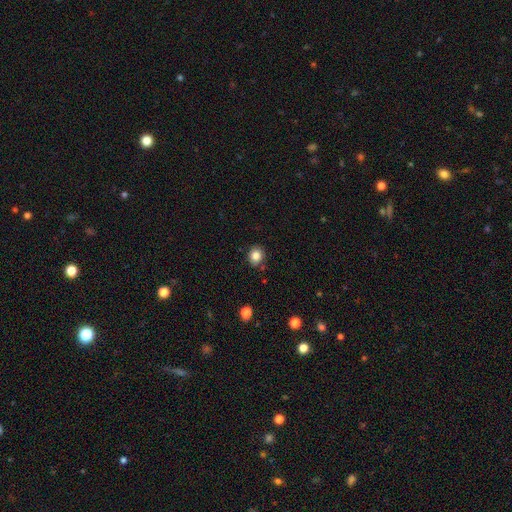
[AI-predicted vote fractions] A smooth galaxy with no disk features (83%) that is round (76%).

Vote fractions:
- Smooth or featured? smooth: 83% / star or artifact: 11% / featured or disk: 6%
- How rounded? round: 76% / in between: 23% / cigar-shaped: 1%
- Merging? none: 85% / minor disturbance: 10% / merger: 3% / major disturbance: 2%